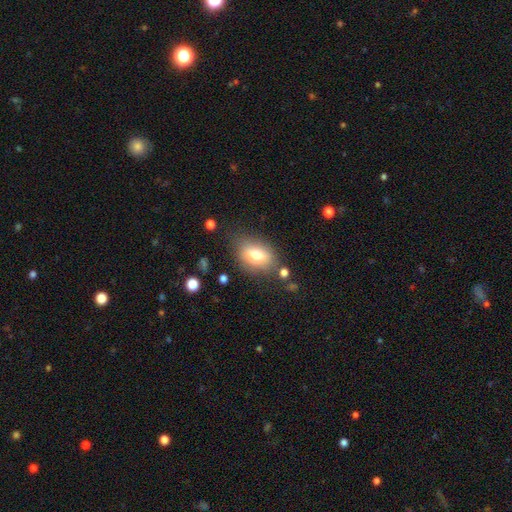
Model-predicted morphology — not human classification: Smooth or featured? Predicted: smooth (p=0.73). How rounded? Predicted: in between (p=0.75). Merging? Predicted: none (p=0.74).